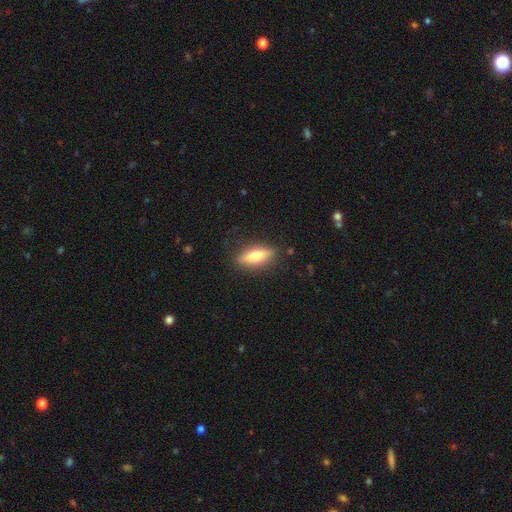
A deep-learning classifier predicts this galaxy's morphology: Q: Smooth or featured?
A: smooth (71%); runner-up: featured or disk (23%)
Q: How rounded?
A: in between (54%); runner-up: cigar-shaped (43%)
Q: Merging?
A: none (84%); runner-up: minor disturbance (12%)